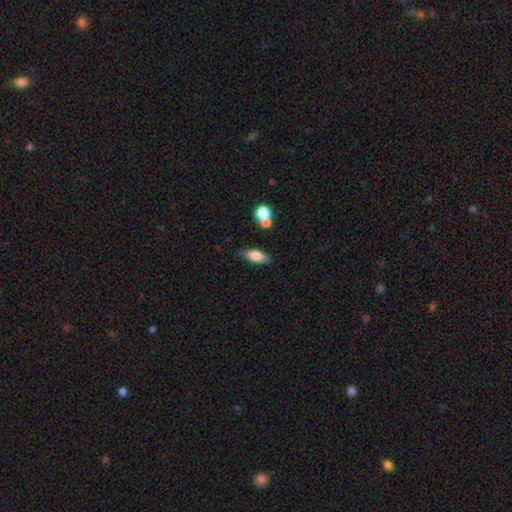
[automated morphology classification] A smooth galaxy with no disk features (69%) that is in between round and cigar-shaped (68%).

Vote fractions:
- Smooth or featured? smooth: 69% / featured or disk: 24% / star or artifact: 8%
- How rounded? in between: 68% / cigar-shaped: 28% / round: 4%
- Merging? none: 72% / minor disturbance: 15% / merger: 9% / major disturbance: 4%